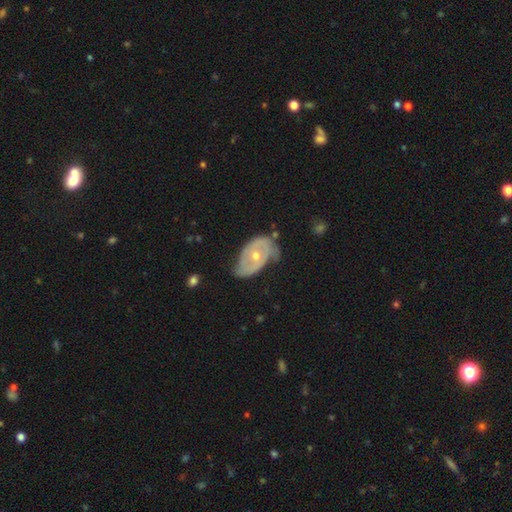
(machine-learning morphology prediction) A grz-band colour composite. It shows a featured or disk galaxy (68%) with no bar (74%), spiral arms (61%) and a moderate central bulge (53%). Merging: minor disturbance (41%).